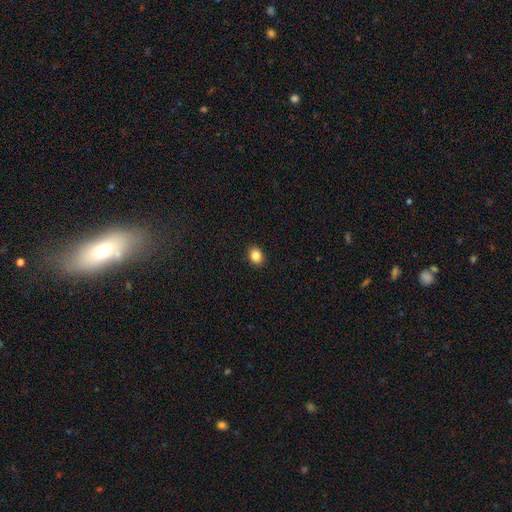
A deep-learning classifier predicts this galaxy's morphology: Smooth or featured? smooth (86%)
How rounded? in between (55%)
Merging? none (91%)